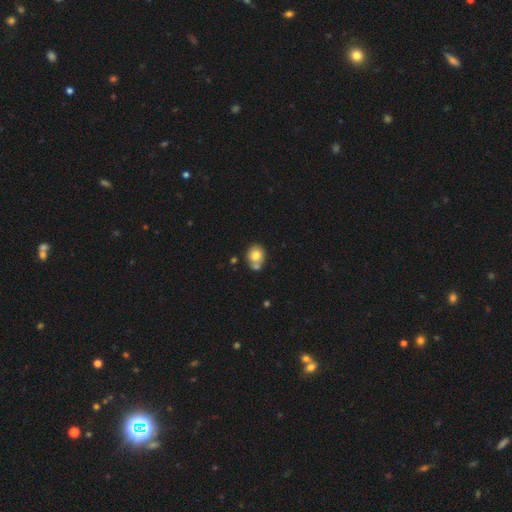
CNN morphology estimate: A smooth galaxy with no disk features (79%) that is round (72%). Merging: none (48%).